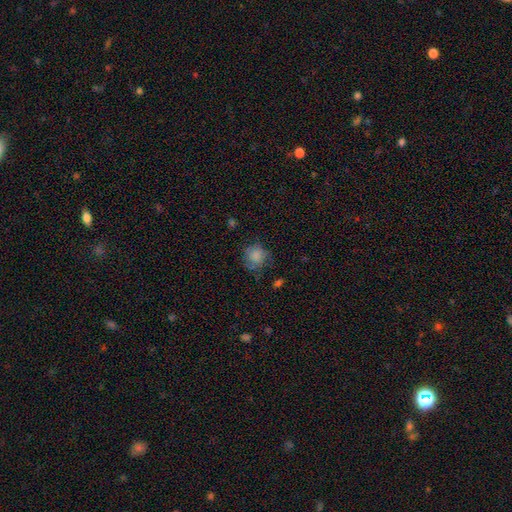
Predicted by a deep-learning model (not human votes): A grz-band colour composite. It shows a smooth galaxy with no disk features (75%) that is round (79%). Merging: none (60%).